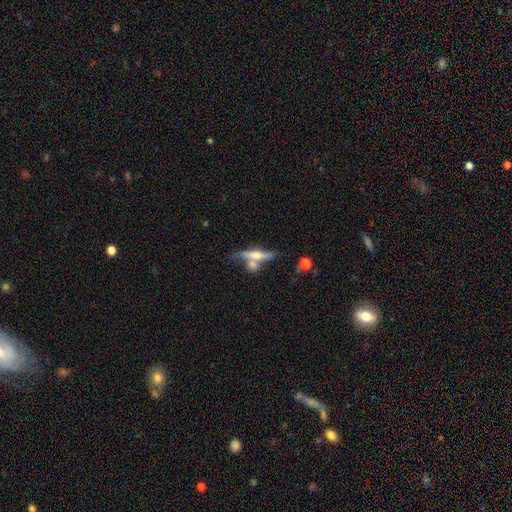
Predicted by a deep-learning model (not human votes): Smooth or featured?
  - featured or disk: 61% *
  - smooth: 32%
  - star or artifact: 7%
Edge-on disk?
  - yes: 90% *
  - no: 10%
Edge-on bulge?
  - rounded: 85% *
  - none: 8%
  - boxy: 7%
Merging?
  - none: 50% *
  - merger: 29%
  - minor disturbance: 15%
  - major disturbance: 6%